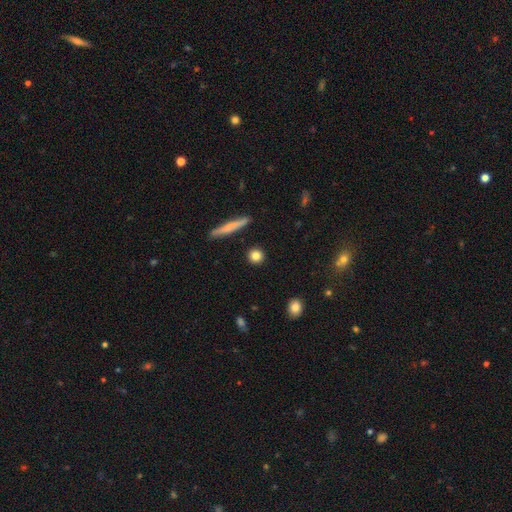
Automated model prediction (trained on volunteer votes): This appears to be a smooth galaxy with no disk features (83%) that is round (87%). Merging: none (91%).